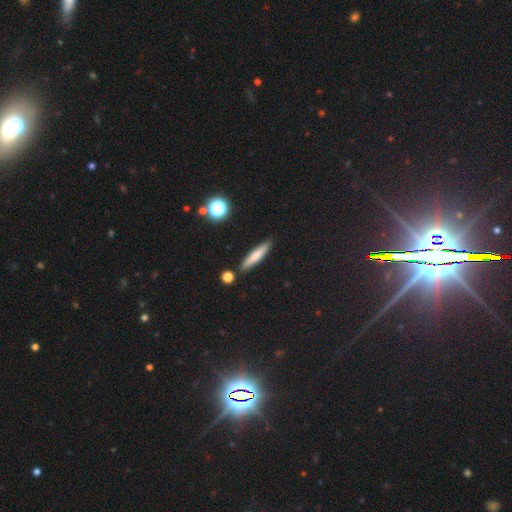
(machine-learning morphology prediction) The model was most divided on "smooth or featured": smooth: 68%, featured or disk: 24%, star or artifact: 8%. More confident: how rounded — cigar-shaped (87%); merging — none (86%).